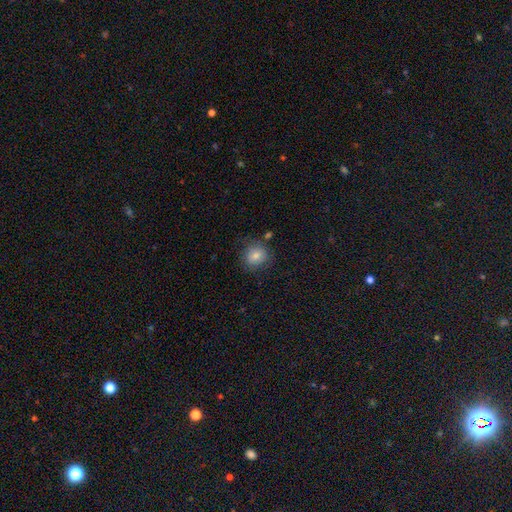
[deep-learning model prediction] Smooth or featured? smooth (79%)
How rounded? round (76%)
Merging? none (76%)